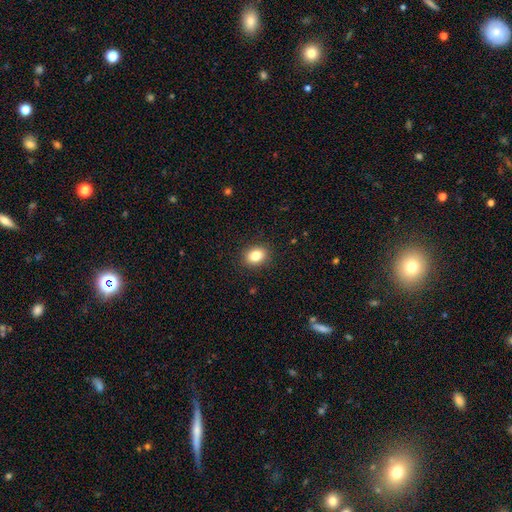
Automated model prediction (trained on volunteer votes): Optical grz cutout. It shows a smooth galaxy with no disk features (83%) that is in between round and cigar-shaped (53%). Merging: none (89%).